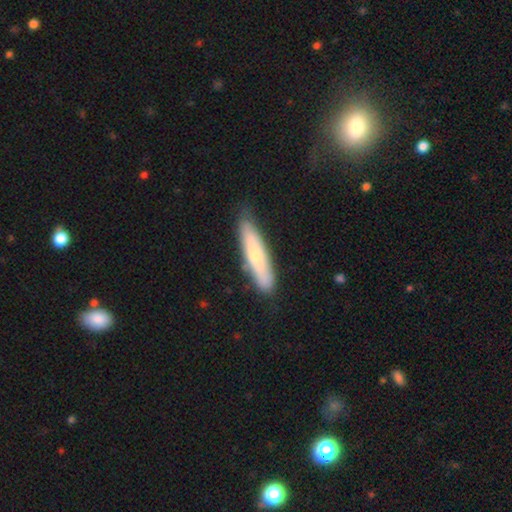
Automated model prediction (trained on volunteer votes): Morphology: type=smooth (62%); roundness=cigar-shaped (81%); merging=none (78%).